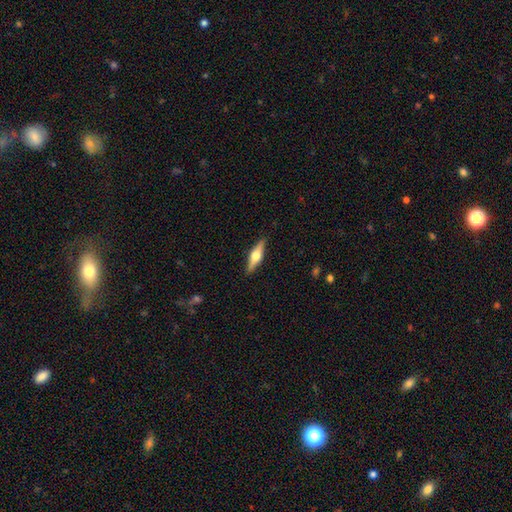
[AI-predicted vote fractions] This is likely a featured or disk galaxy (62%). It is clearly viewed edge-on (96%). Edge-on bulge: clearly rounded (94%). Merging: clearly none (89%).